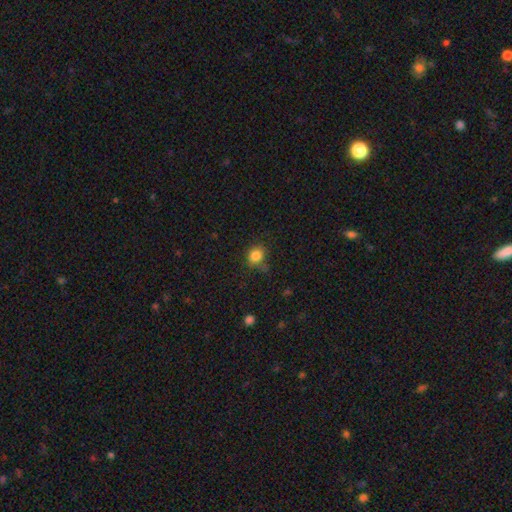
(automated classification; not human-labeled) smooth-or-featured: smooth: 83% | star or artifact: 12% | featured or disk: 5%
  how-rounded: round: 74% | in between: 25% | cigar-shaped: 1%
  merging: none: 68% | minor disturbance: 22% | major disturbance: 6% | merger: 4%